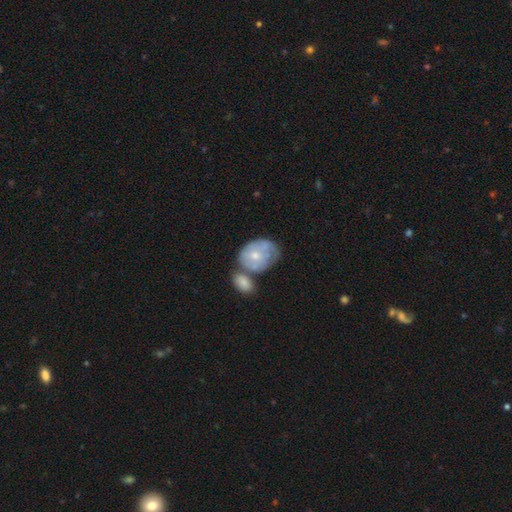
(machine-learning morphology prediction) Smooth or featured? Predicted: smooth (p=0.49). Merging? Predicted: merger (p=0.40).